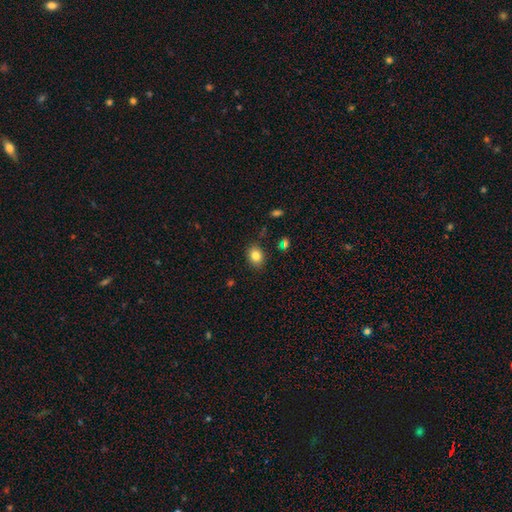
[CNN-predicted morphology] smooth_or_featured: smooth (p=0.83) [alt: star or artifact p=0.10]
how_rounded: in between (p=0.52) [alt: round p=0.47]
merging: none (p=0.87) [alt: minor disturbance p=0.09]